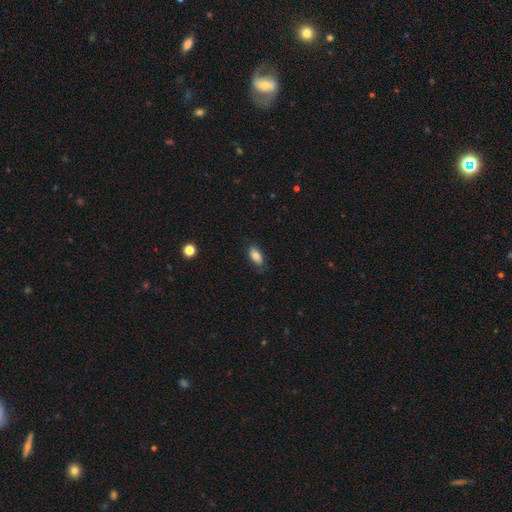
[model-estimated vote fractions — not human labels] Q: Smooth or featured?
A: smooth (84%); runner-up: featured or disk (8%)
Q: How rounded?
A: in between (90%); runner-up: cigar-shaped (6%)
Q: Merging?
A: none (77%); runner-up: minor disturbance (18%)